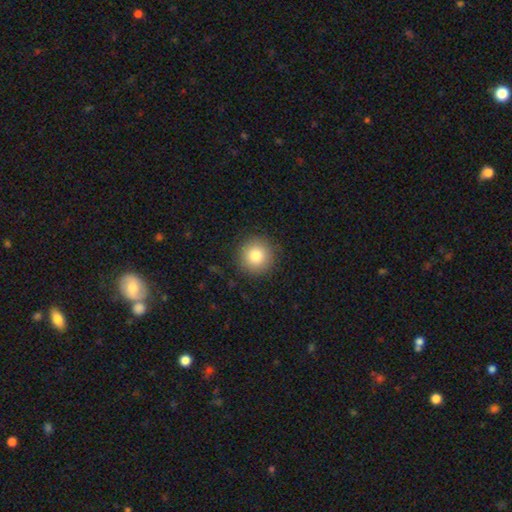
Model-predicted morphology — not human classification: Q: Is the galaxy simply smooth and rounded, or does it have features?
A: smooth — 81%.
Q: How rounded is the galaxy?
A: round — 95%.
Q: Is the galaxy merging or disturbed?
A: none — 90%.